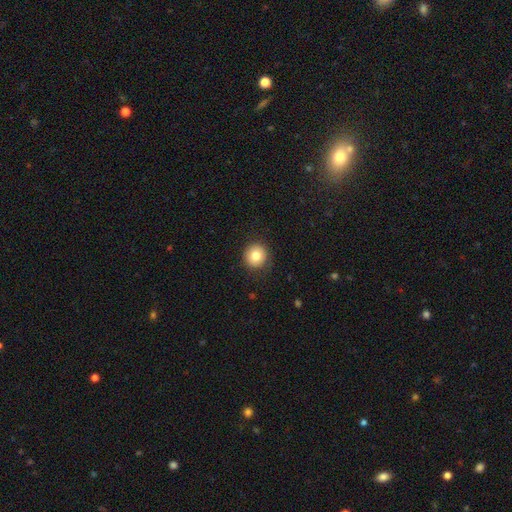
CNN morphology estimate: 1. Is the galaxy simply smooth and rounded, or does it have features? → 81% smooth, 10% featured or disk, 9% star or artifact.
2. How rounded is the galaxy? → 94% round, 5% in between, 1% cigar-shaped.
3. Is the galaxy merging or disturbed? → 88% none, 8% minor disturbance, 3% major disturbance, 1% merger.